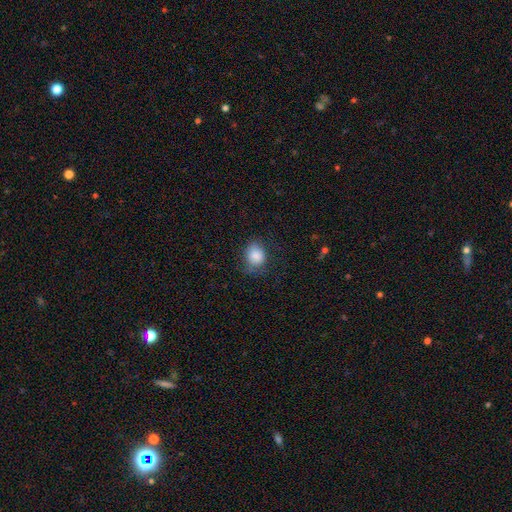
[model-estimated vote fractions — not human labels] This is clearly a smooth galaxy (83%). How rounded: possibly round (54%). Merging: likely none (62%).